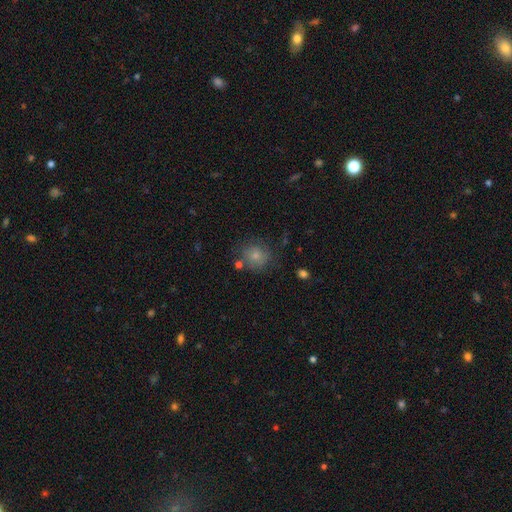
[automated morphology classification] type=smooth (78%); roundness=round (85%); merging=none (71%).